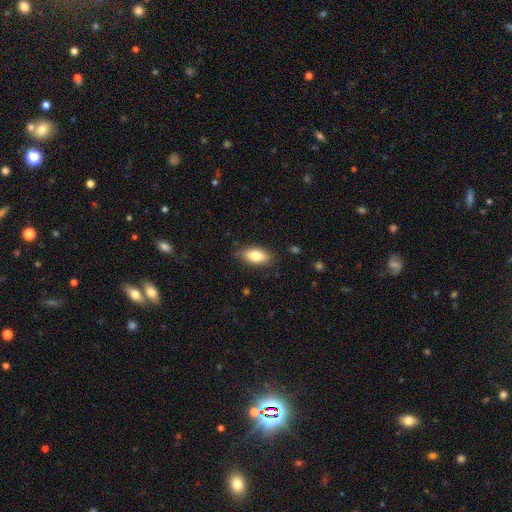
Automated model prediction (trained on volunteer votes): Smooth or featured?
  - smooth: 80% *
  - featured or disk: 13%
  - star or artifact: 7%
How rounded?
  - in between: 88% *
  - cigar-shaped: 8%
  - round: 4%
Merging?
  - none: 82% *
  - minor disturbance: 14%
  - major disturbance: 3%
  - merger: 1%